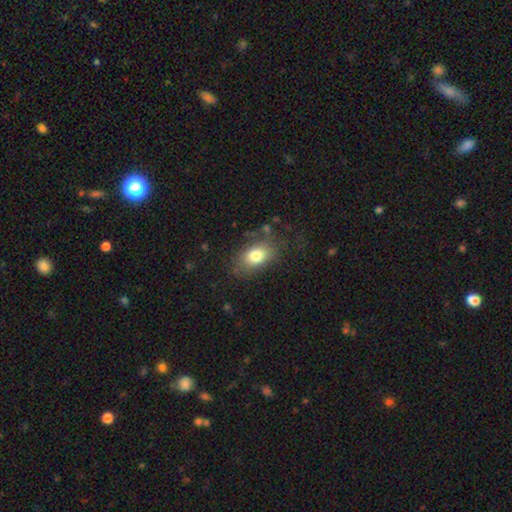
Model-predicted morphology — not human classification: The model was most divided on "merging": none: 75%, minor disturbance: 16%, major disturbance: 6%, merger: 2%. More confident: how rounded — in between (82%); smooth or featured — smooth (78%).